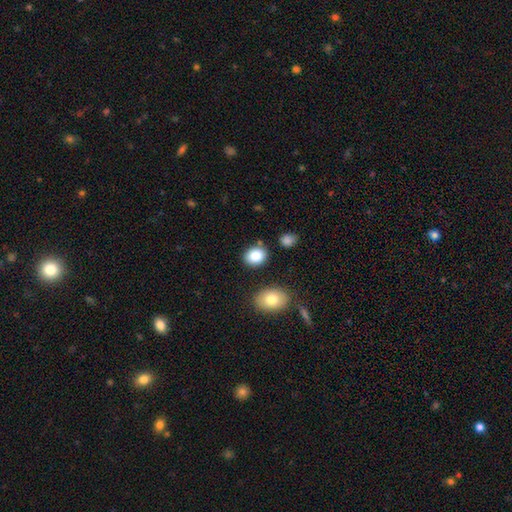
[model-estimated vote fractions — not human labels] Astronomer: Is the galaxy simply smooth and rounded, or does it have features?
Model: smooth — 84%.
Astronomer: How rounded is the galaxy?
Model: in between — 57% (runner-up: round, 42%).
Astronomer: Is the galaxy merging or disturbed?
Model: none — 81%.